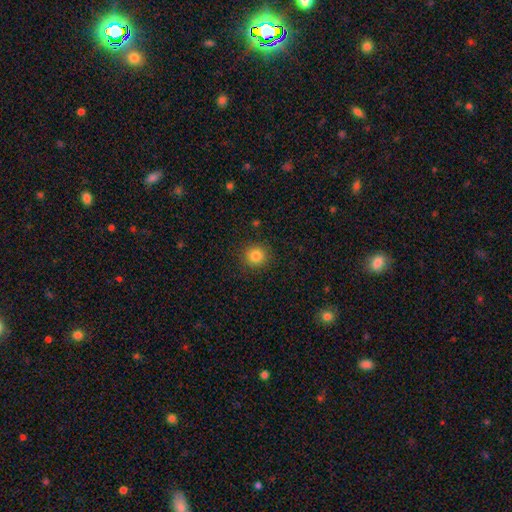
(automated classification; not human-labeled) smooth_or_featured: smooth (p=0.84) [alt: star or artifact p=0.11]
how_rounded: round (p=0.90) [alt: in between p=0.09]
merging: none (p=0.89) [alt: minor disturbance p=0.07]